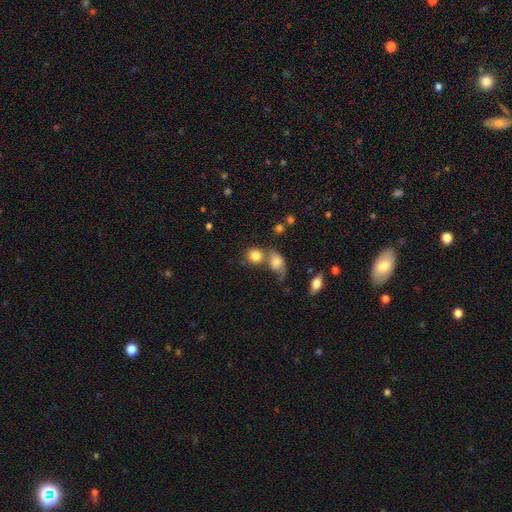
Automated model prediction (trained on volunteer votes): smooth_or_featured: smooth (p=0.82) [alt: star or artifact p=0.09]
how_rounded: round (p=0.78) [alt: in between p=0.21]
merging: none (p=0.46) [alt: merger p=0.38]